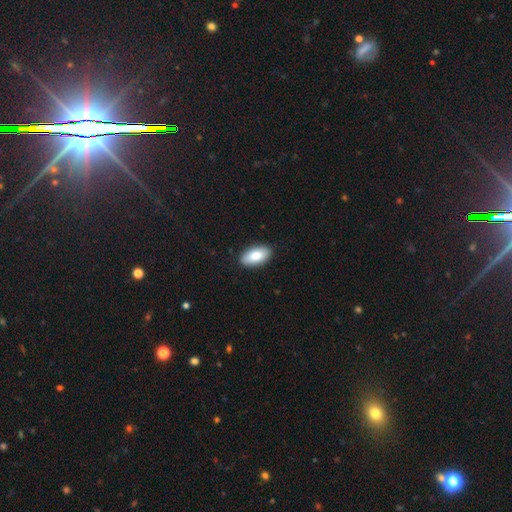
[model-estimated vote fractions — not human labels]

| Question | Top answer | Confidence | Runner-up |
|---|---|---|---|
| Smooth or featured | smooth | 81% | featured or disk (12%) |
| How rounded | in between | 94% | cigar-shaped (3%) |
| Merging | none | 90% | minor disturbance (8%) |